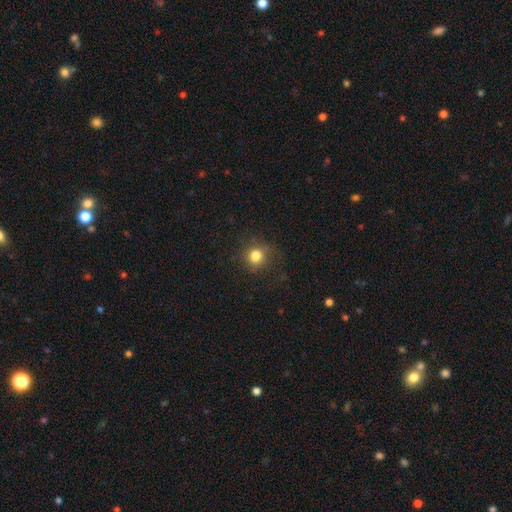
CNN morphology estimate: A smooth galaxy with no disk features (81%) that is round (85%).

Vote fractions:
- Smooth or featured? smooth: 81% / star or artifact: 13% / featured or disk: 6%
- How rounded? round: 85% / in between: 14% / cigar-shaped: 1%
- Merging? none: 77% / minor disturbance: 15% / major disturbance: 7% / merger: 1%